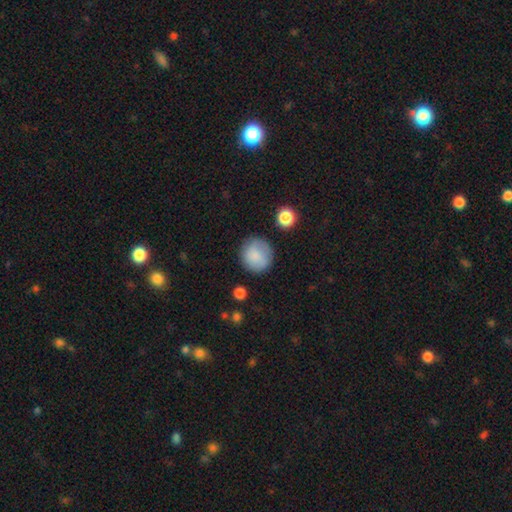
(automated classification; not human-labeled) This appears to be a smooth galaxy with no disk features (81%) that is round (91%). Merging: none (80%).